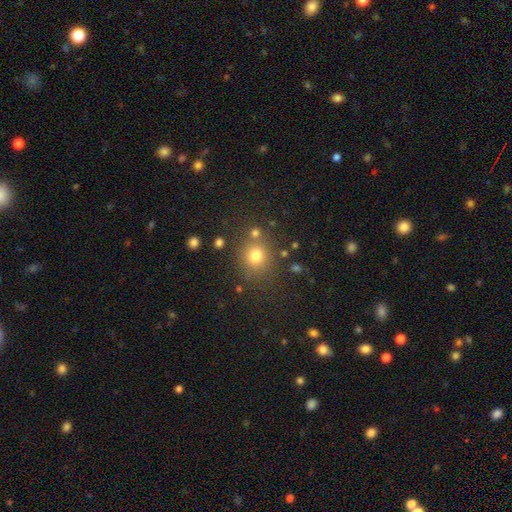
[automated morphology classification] smooth 76%, star or artifact 16%, featured or disk 8%. Down the decision tree: how rounded — round (83%); merging — none (75%).